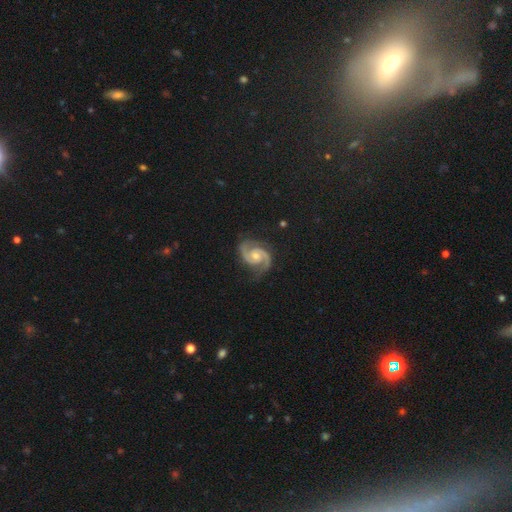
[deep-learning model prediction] Smooth or featured? Predicted: featured or disk (p=0.92). Edge-on disk? Predicted: no (p=0.98). Bar? Predicted: no (p=0.63). Spiral arms? Predicted: yes (p=0.98). Spiral winding? Predicted: medium (p=0.58). Spiral arm count? Predicted: 2 (p=0.93). Bulge size? Predicted: moderate (p=0.56). Merging? Predicted: none (p=0.79).